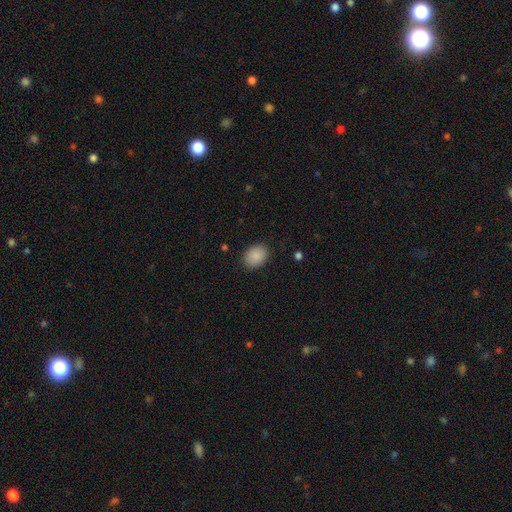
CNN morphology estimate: This is clearly a smooth galaxy (89%). How rounded: likely in between (65%). Merging: clearly none (86%).